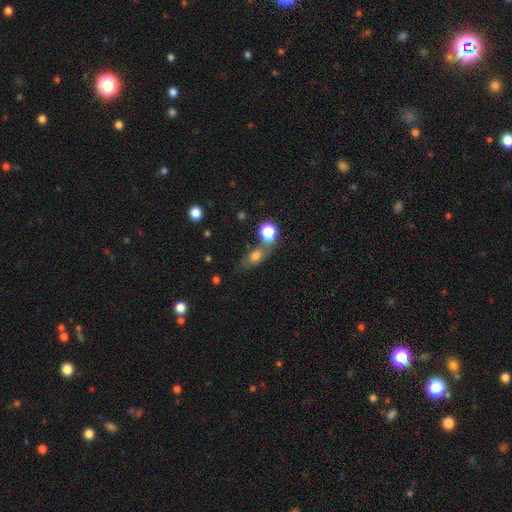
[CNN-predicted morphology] smooth-or-featured: smooth: 67% | featured or disk: 18% | star or artifact: 14%
  how-rounded: in between: 67% | round: 23% | cigar-shaped: 10%
  merging: none: 48% | merger: 26% | minor disturbance: 17% | major disturbance: 9%